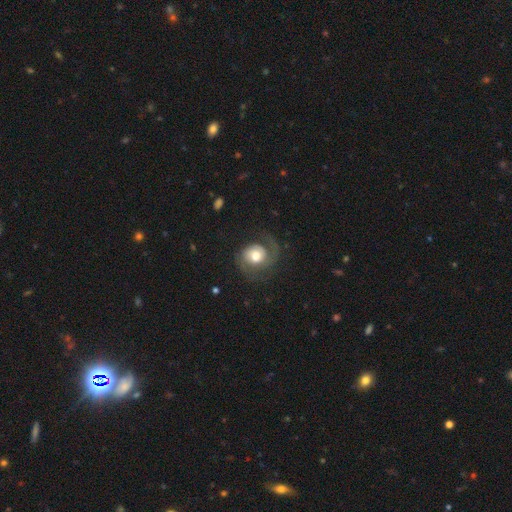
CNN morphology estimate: Smooth or featured? featured or disk (66%)
Edge-on disk? no (98%)
Bar? no (70%)
Spiral arms? yes (90%)
Spiral winding? medium (41%)
Spiral arm count? 2 (45%)
Bulge size? moderate (58%)
Merging? none (54%)